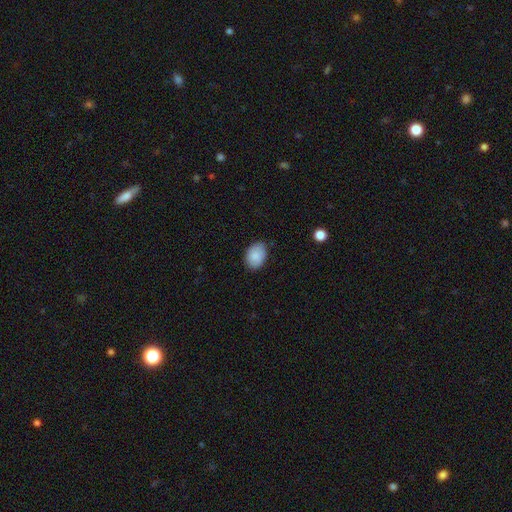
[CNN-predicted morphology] smooth 87%, star or artifact 7%, featured or disk 6%. Down the decision tree: how rounded — in between (78%); merging — none (81%).